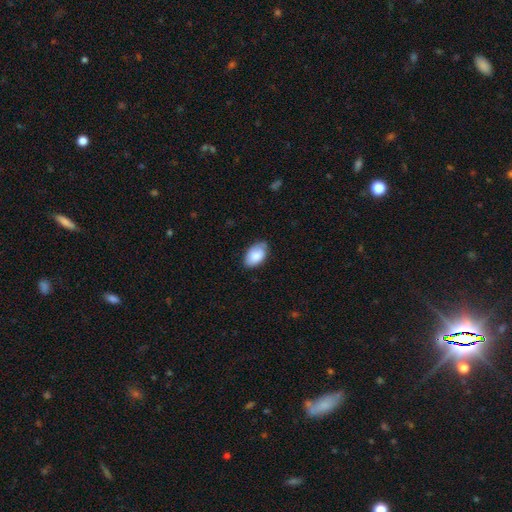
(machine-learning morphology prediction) smooth-or-featured: smooth: 81% | featured or disk: 13% | star or artifact: 6%
  how-rounded: in between: 94% | round: 5% | cigar-shaped: 1%
  merging: none: 71% | minor disturbance: 24% | major disturbance: 4% | merger: 1%